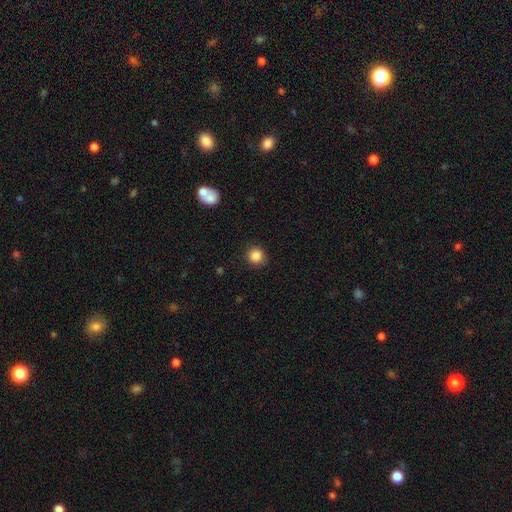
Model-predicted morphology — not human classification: Smooth or featured? smooth (87%)
How rounded? round (90%)
Merging? none (88%)